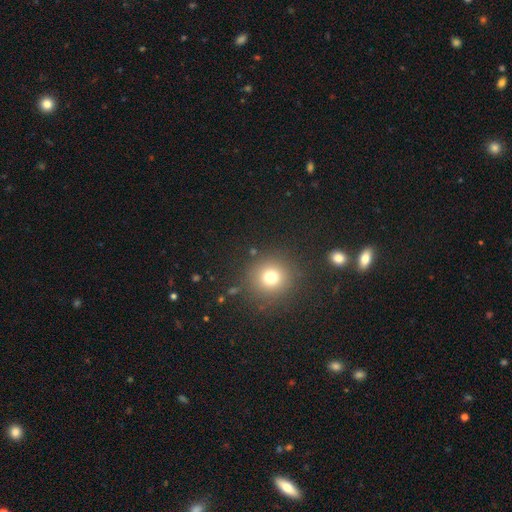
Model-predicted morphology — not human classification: This is likely a smooth galaxy (60%). How rounded: clearly round (94%). Merging: clearly none (89%).